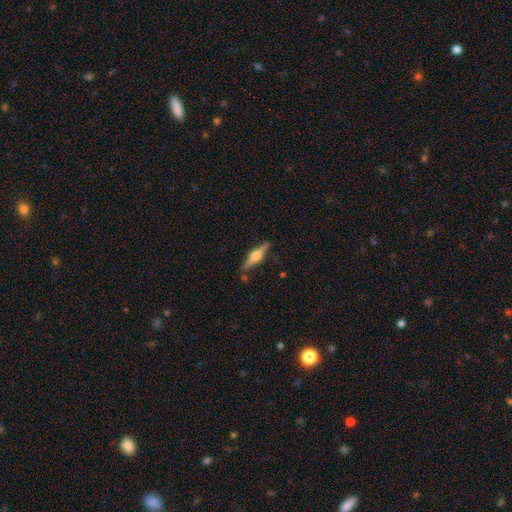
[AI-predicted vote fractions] Smooth or featured? Predicted: featured or disk (p=0.75). Edge-on disk? Predicted: yes (p=0.97). Edge-on bulge? Predicted: rounded (p=0.95). Merging? Predicted: none (p=0.86).